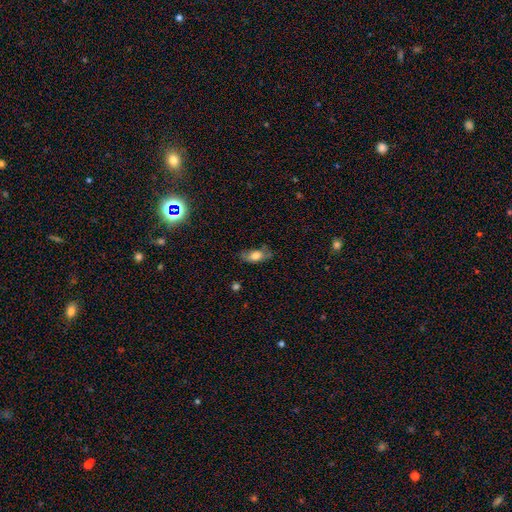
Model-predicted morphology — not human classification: Smooth or featured? Predicted: smooth (p=0.71). How rounded? Predicted: in between (p=0.83). Merging? Predicted: none (p=0.65).